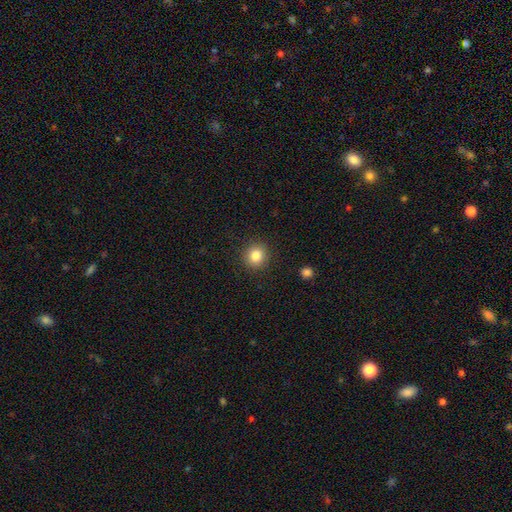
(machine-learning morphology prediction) Smooth or featured: smooth — 83% (star or artifact — 11%)
How rounded: round — 91% (in between — 8%)
Merging: none — 90% (minor disturbance — 6%)